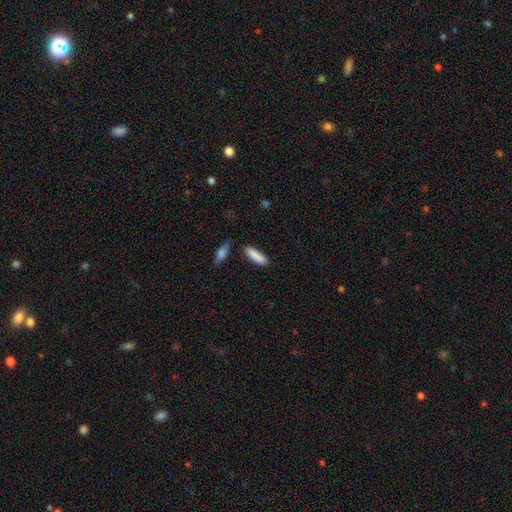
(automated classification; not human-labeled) Smooth or featured?
  - smooth: 87% *
  - featured or disk: 7%
  - star or artifact: 6%
How rounded?
  - cigar-shaped: 59% *
  - in between: 40%
  - round: 2%
Merging?
  - none: 81% *
  - minor disturbance: 12%
  - merger: 5%
  - major disturbance: 3%